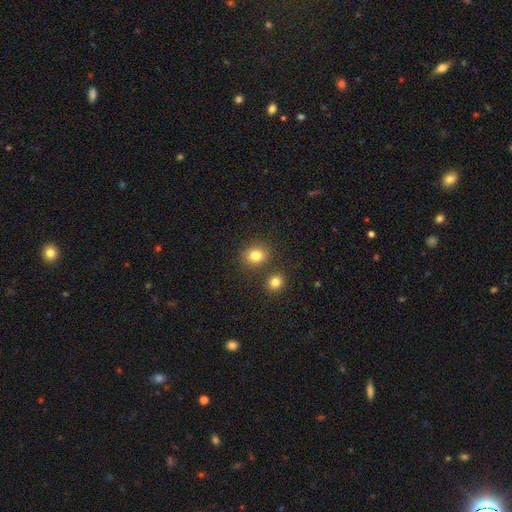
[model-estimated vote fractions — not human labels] This appears to be a smooth galaxy with no disk features (82%) that is round (67%). Merging: none (77%).